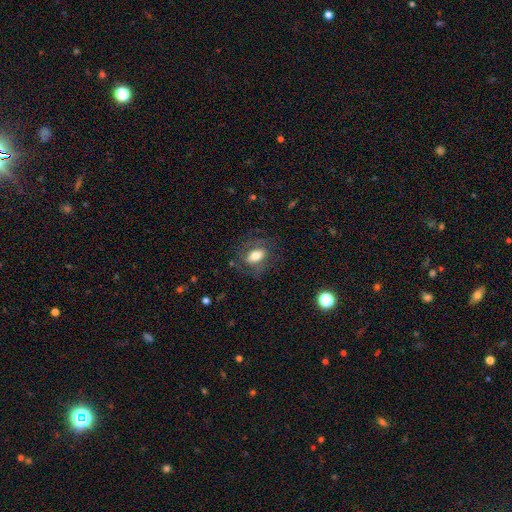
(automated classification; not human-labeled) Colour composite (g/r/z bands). It shows a smooth galaxy with no disk features (63%) that is in between round and cigar-shaped (81%). Merging: none (67%).